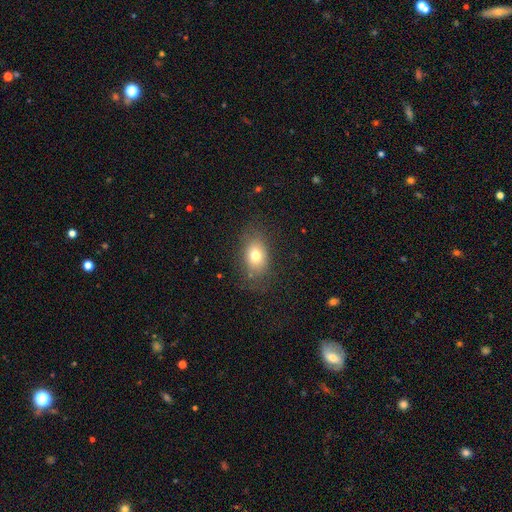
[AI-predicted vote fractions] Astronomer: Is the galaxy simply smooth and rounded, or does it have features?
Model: smooth — 75%.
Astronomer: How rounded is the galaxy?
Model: in between — 77%.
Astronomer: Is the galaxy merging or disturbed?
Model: none — 77%.